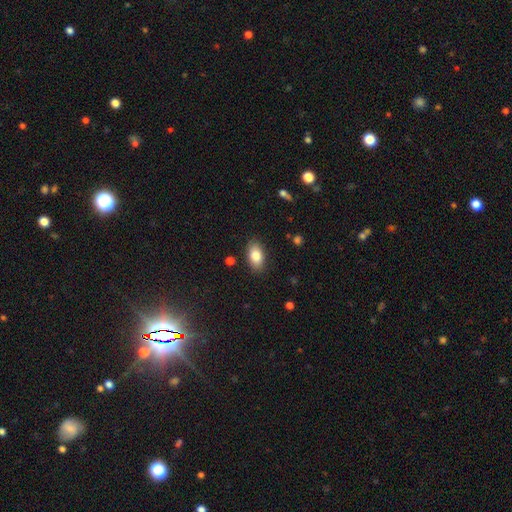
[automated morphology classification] A smooth galaxy with no disk features (83%) that is in between round and cigar-shaped (91%).

Vote fractions:
- Smooth or featured? smooth: 83% / featured or disk: 10% / star or artifact: 7%
- How rounded? in between: 91% / round: 6% / cigar-shaped: 3%
- Merging? none: 87% / minor disturbance: 9% / major disturbance: 2% / merger: 1%